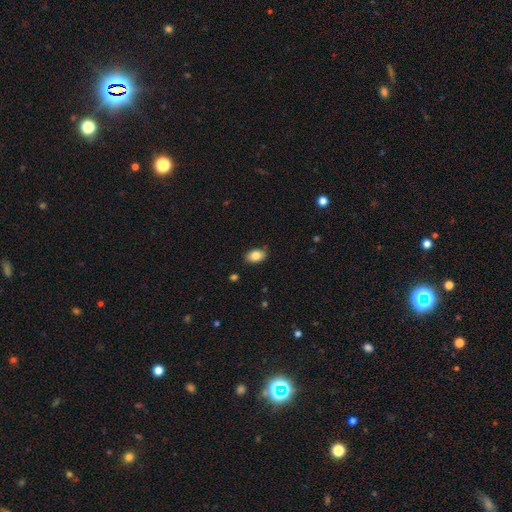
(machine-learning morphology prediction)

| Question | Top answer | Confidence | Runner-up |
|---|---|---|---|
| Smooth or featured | smooth | 84% | featured or disk (8%) |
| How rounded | in between | 86% | round (13%) |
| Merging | none | 85% | minor disturbance (11%) |